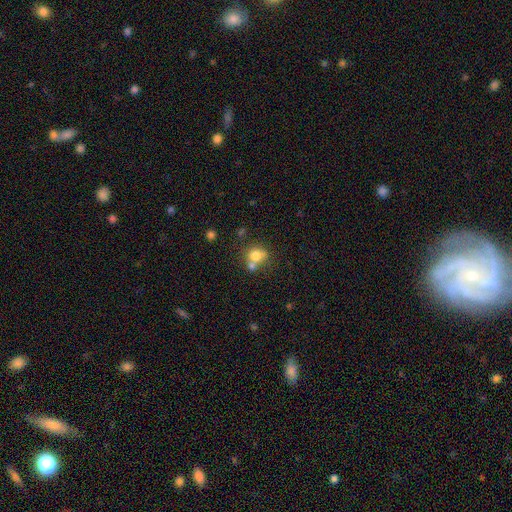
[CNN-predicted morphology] The model was most divided on "merging": none: 45%, merger: 38%, minor disturbance: 12%, major disturbance: 5%. More confident: how rounded — round (75%); smooth or featured — smooth (74%).